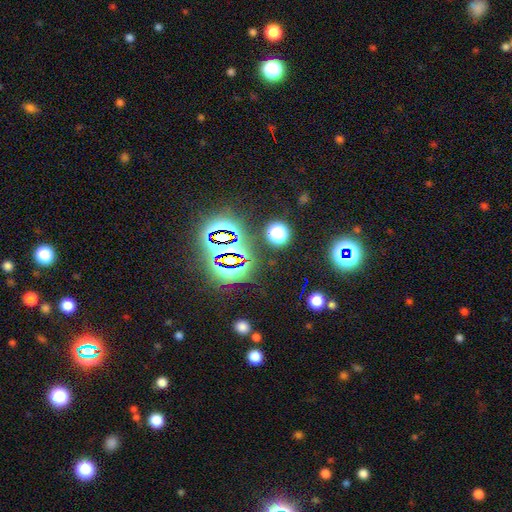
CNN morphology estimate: Smooth or featured? Predicted: star or artifact (p=0.82).